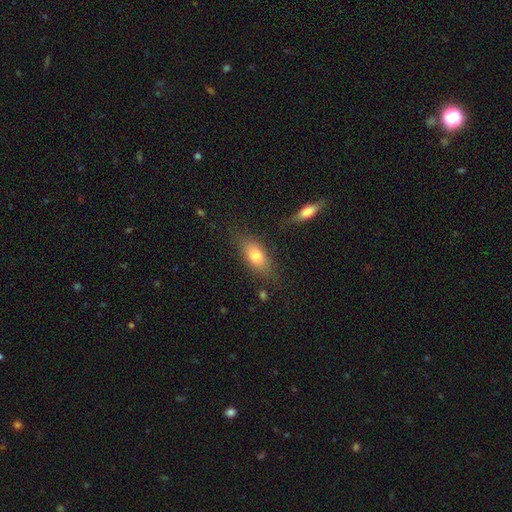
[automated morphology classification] A smooth galaxy with no disk features (74%) that is in between round and cigar-shaped (78%).

Vote fractions:
- Smooth or featured? smooth: 74% / featured or disk: 18% / star or artifact: 8%
- How rounded? in between: 78% / cigar-shaped: 17% / round: 5%
- Merging? none: 74% / minor disturbance: 16% / major disturbance: 5% / merger: 5%